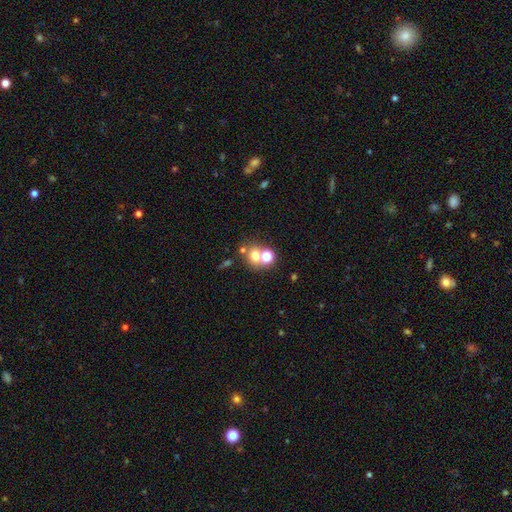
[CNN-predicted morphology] Q: Smooth or featured?
A: smooth (63%); runner-up: star or artifact (20%)
Q: How rounded?
A: round (75%); runner-up: in between (24%)
Q: Merging?
A: none (47%); runner-up: merger (41%)